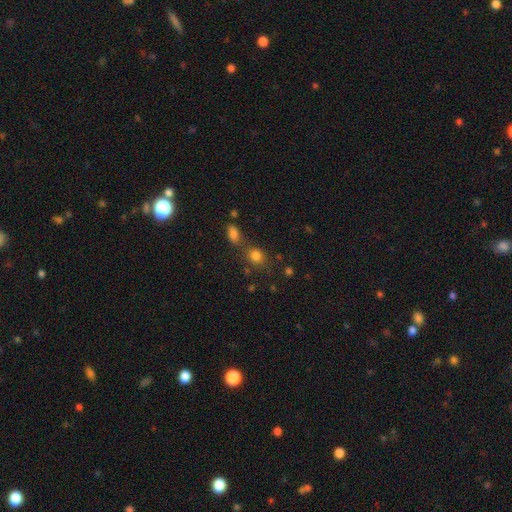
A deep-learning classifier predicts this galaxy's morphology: smooth-or-featured: smooth: 80% | star or artifact: 13% | featured or disk: 7%
  how-rounded: round: 68% | in between: 30% | cigar-shaped: 1%
  merging: none: 61% | merger: 23% | minor disturbance: 11% | major disturbance: 5%